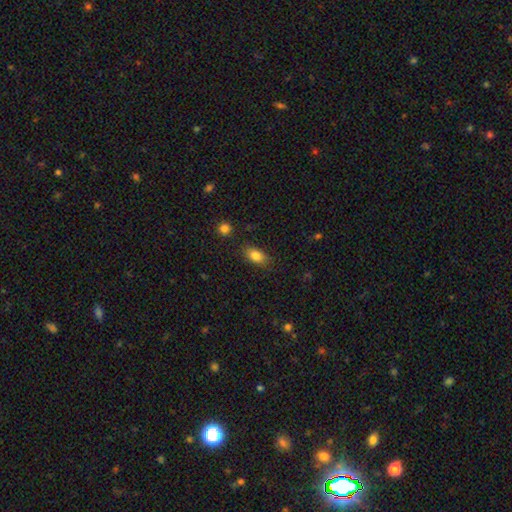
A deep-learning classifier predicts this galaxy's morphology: smooth 84%, star or artifact 9%, featured or disk 7%. Down the decision tree: how rounded — in between (85%); merging — none (81%).